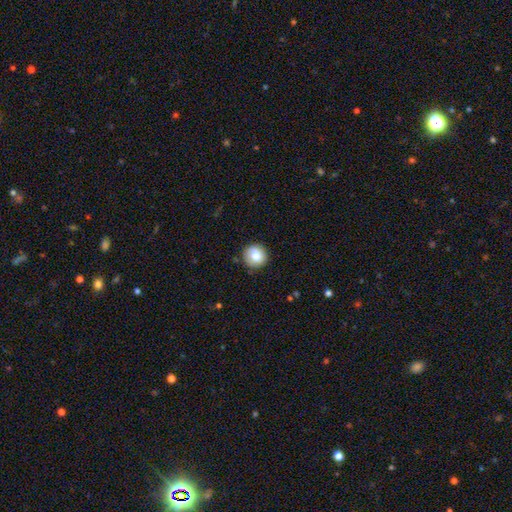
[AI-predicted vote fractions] Smooth or featured? Predicted: smooth (p=0.81). How rounded? Predicted: round (p=0.91). Merging? Predicted: none (p=0.88).